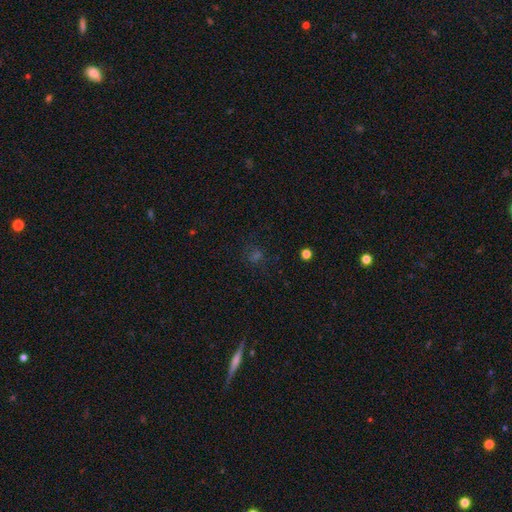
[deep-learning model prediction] smooth_or_featured: smooth (p=0.44) [alt: star or artifact p=0.42]
merging: none (p=0.79) [alt: minor disturbance p=0.12]